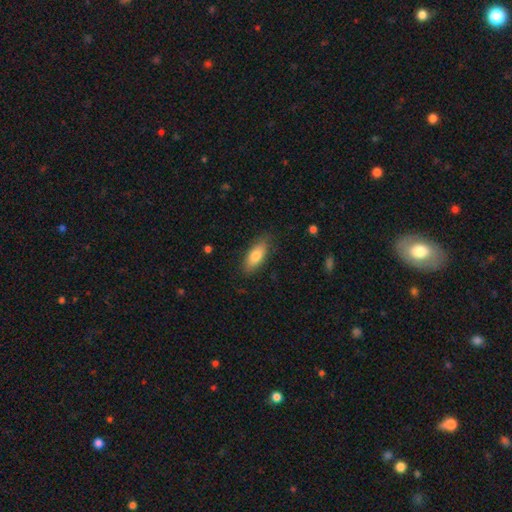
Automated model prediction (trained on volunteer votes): A smooth galaxy with no disk features (80%) that is in between round and cigar-shaped (79%).

Vote fractions:
- Smooth or featured? smooth: 80% / featured or disk: 14% / star or artifact: 6%
- How rounded? in between: 79% / cigar-shaped: 19% / round: 2%
- Merging? none: 83% / minor disturbance: 13% / major disturbance: 3% / merger: 1%